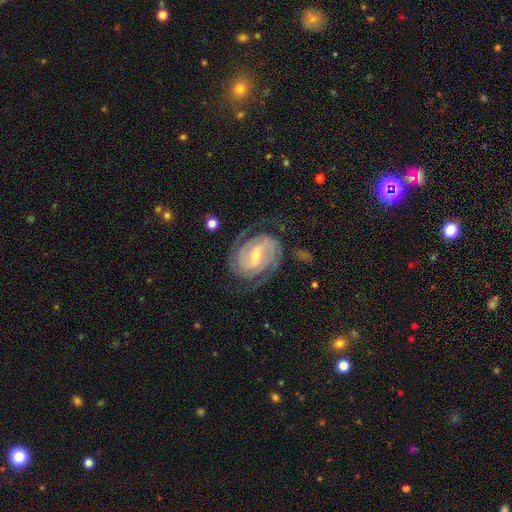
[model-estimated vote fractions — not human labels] Smooth or featured? featured or disk (91%)
Edge-on disk? no (97%)
Bar? weak (49%)
Spiral arms? yes (98%)
Spiral winding? tight (64%)
Spiral arm count? 2 (76%)
Bulge size? small (51%)
Merging? none (76%)